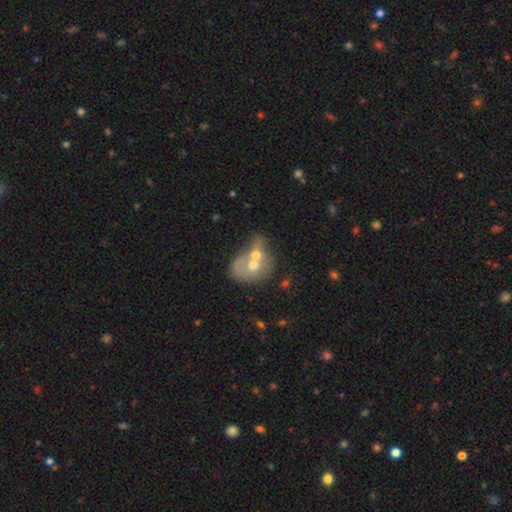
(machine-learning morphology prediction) Smooth or featured? smooth (52%)
How rounded? in between (49%, tied with round)
Merging? merger (73%)